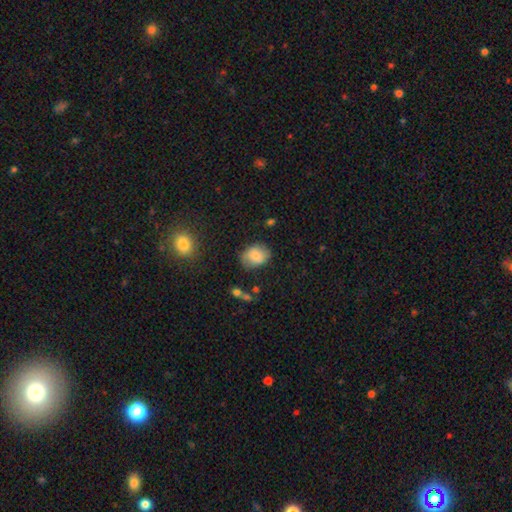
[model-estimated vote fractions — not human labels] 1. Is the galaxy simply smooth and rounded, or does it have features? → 78% smooth, 14% featured or disk, 8% star or artifact.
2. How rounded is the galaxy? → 58% in between, 41% round, 1% cigar-shaped.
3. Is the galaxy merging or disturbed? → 71% none, 21% minor disturbance, 6% major disturbance, 2% merger.